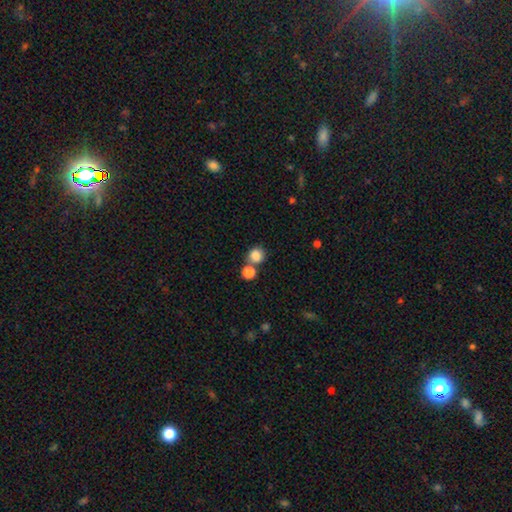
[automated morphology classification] Smooth or featured?
  - smooth: 84% *
  - star or artifact: 10%
  - featured or disk: 6%
How rounded?
  - round: 83% *
  - in between: 16%
  - cigar-shaped: 1%
Merging?
  - none: 59% *
  - merger: 28%
  - minor disturbance: 9%
  - major disturbance: 4%